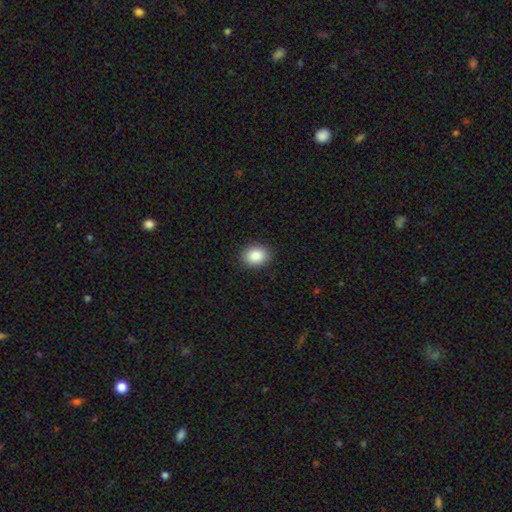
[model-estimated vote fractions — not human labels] smooth_or_featured: smooth (p=0.89) [alt: star or artifact p=0.08]
how_rounded: in between (p=0.55) [alt: round p=0.44]
merging: none (p=0.89) [alt: minor disturbance p=0.08]